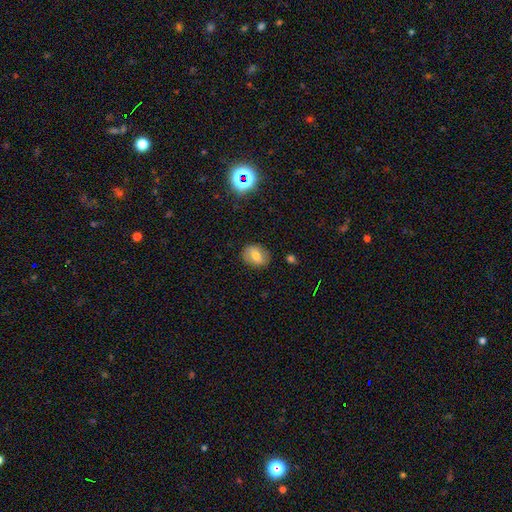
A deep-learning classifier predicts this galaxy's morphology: Smooth or featured: smooth — 65% (featured or disk — 23%)
How rounded: round — 52% (in between — 47%)
Merging: none — 84% (minor disturbance — 12%)